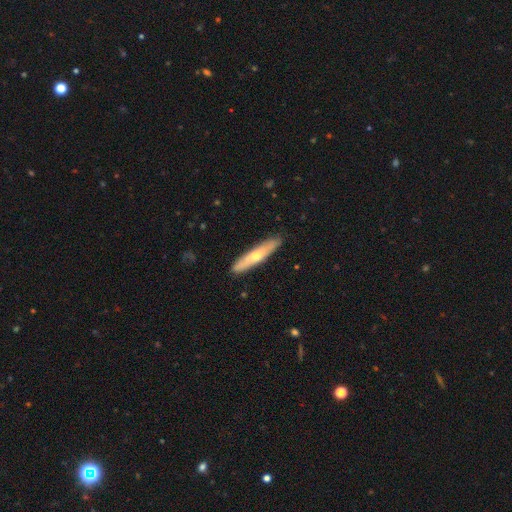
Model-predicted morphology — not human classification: This appears to be a smooth galaxy with no disk features (50%). Merging: none (89%).